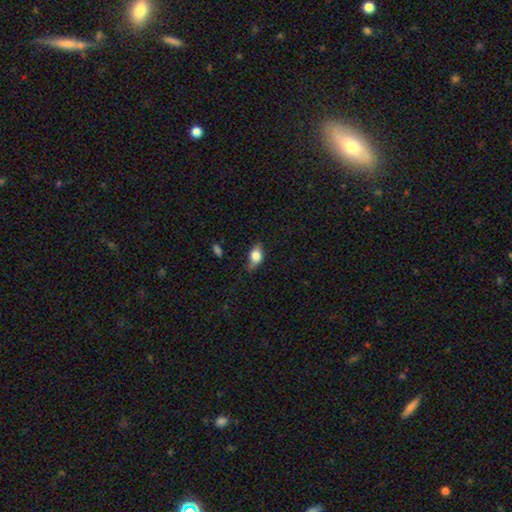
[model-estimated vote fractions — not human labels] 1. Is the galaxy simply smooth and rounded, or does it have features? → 77% smooth, 15% featured or disk, 8% star or artifact.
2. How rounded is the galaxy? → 79% in between, 17% round, 5% cigar-shaped.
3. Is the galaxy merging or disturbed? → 56% none, 34% minor disturbance, 8% major disturbance, 2% merger.